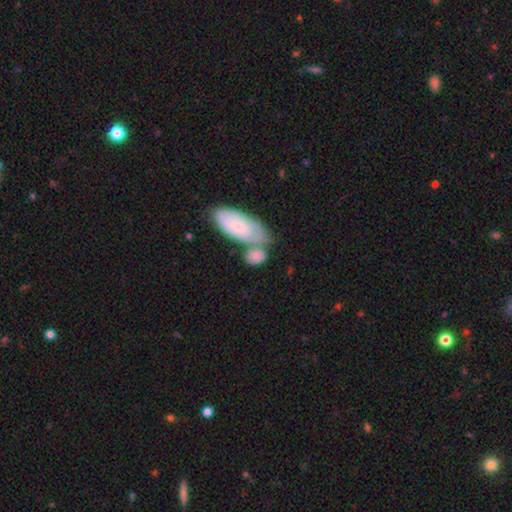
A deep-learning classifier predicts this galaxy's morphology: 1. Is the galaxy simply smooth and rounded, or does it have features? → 76% smooth, 18% featured or disk, 6% star or artifact.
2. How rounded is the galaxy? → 70% in between, 25% round, 5% cigar-shaped.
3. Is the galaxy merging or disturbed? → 43% none, 36% merger, 15% minor disturbance, 6% major disturbance.